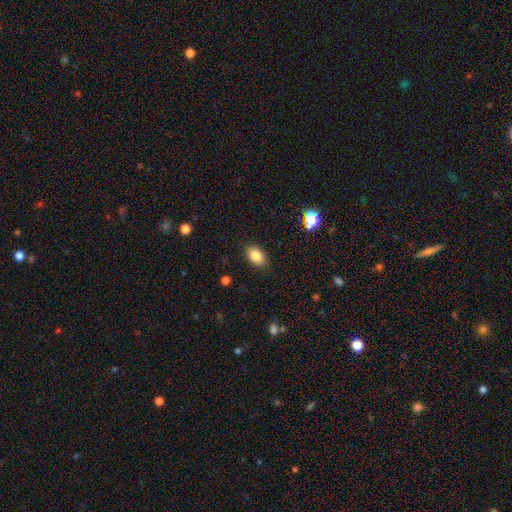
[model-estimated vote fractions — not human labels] A smooth galaxy with no disk features (86%) that is in between round and cigar-shaped (87%).

Vote fractions:
- Smooth or featured? smooth: 86% / star or artifact: 9% / featured or disk: 5%
- How rounded? in between: 87% / round: 11% / cigar-shaped: 1%
- Merging? none: 85% / minor disturbance: 11% / major disturbance: 3% / merger: 1%